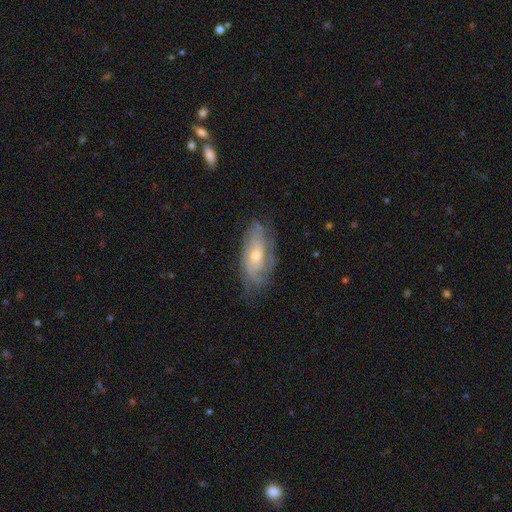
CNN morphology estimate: A featured or disk galaxy (73%) with no bar (72%), tight (52%) spiral arms (87%) and a small central bulge (48%). Merging: none (67%).